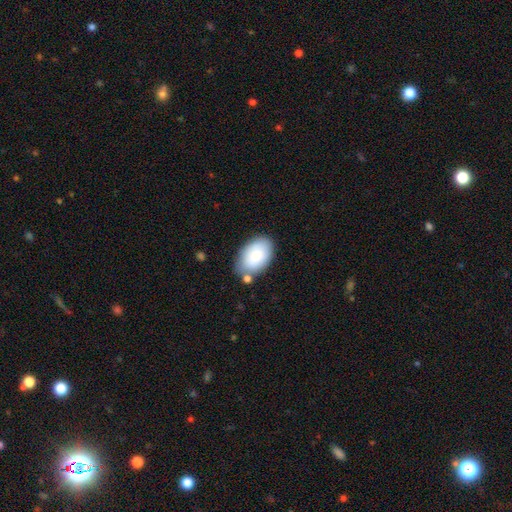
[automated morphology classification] smooth-or-featured: smooth: 81% | featured or disk: 13% | star or artifact: 6%
  how-rounded: in between: 92% | round: 7% | cigar-shaped: 1%
  merging: none: 70% | minor disturbance: 18% | merger: 8% | major disturbance: 4%